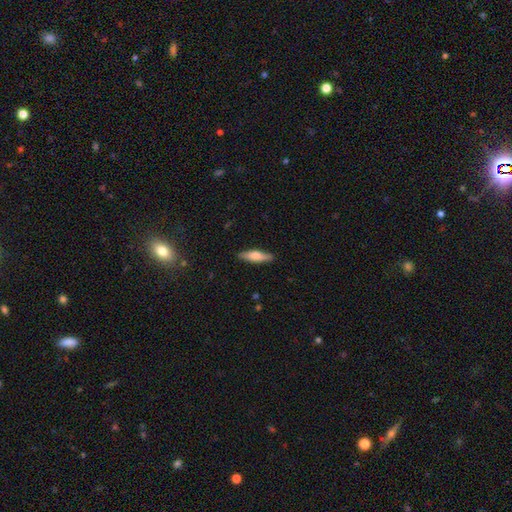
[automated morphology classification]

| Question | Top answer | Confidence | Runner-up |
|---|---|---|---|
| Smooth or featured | smooth | 67% | featured or disk (27%) |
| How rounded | cigar-shaped | 65% | in between (33%) |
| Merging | none | 88% | minor disturbance (9%) |